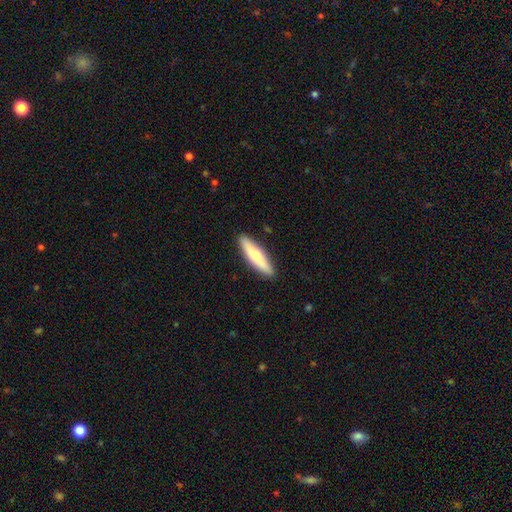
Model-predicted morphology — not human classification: smooth 66%, featured or disk 29%, star or artifact 5%. Down the decision tree: how rounded — cigar-shaped (78%); merging — none (90%).